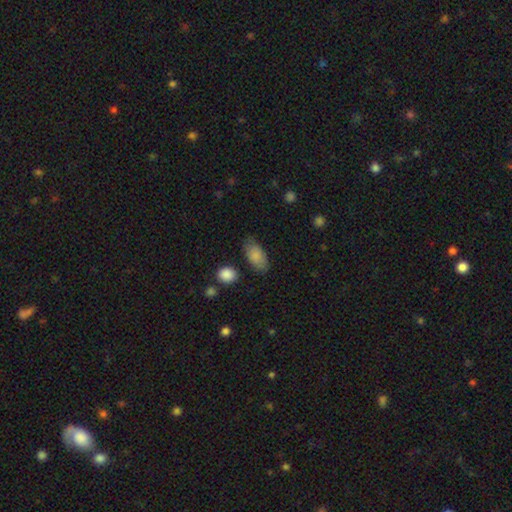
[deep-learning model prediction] smooth-or-featured: smooth: 83% | featured or disk: 10% | star or artifact: 7%
  how-rounded: in between: 92% | cigar-shaped: 4% | round: 4%
  merging: none: 75% | minor disturbance: 18% | major disturbance: 5% | merger: 2%